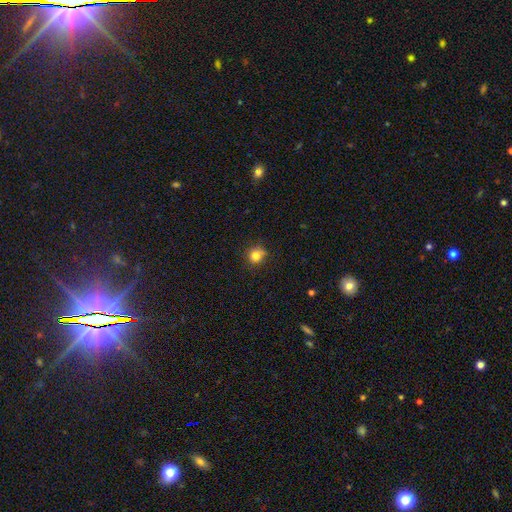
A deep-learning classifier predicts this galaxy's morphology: This is clearly a smooth galaxy (81%). How rounded: clearly round (87%). Merging: likely none (72%).